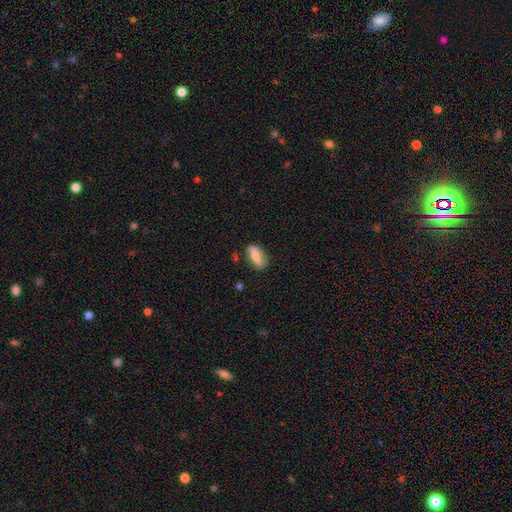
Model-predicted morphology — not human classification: The model was most divided on "smooth or featured": smooth: 67%, featured or disk: 25%, star or artifact: 7%. More confident: how rounded — in between (77%); merging — none (73%).